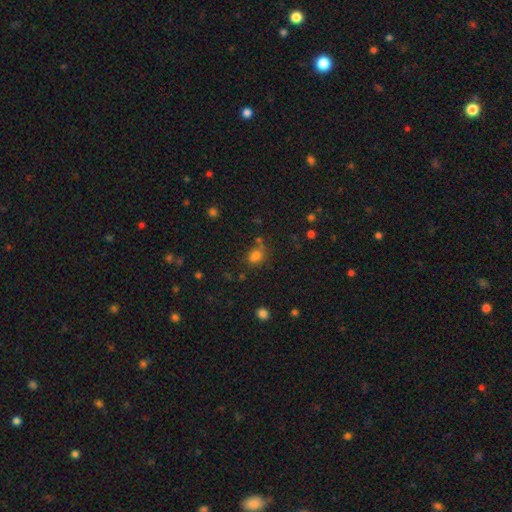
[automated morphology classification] Smooth or featured?
  - smooth: 73% *
  - star or artifact: 18%
  - featured or disk: 9%
How rounded?
  - in between: 53% *
  - round: 45%
  - cigar-shaped: 2%
Merging?
  - none: 54% *
  - merger: 19%
  - minor disturbance: 19%
  - major disturbance: 8%